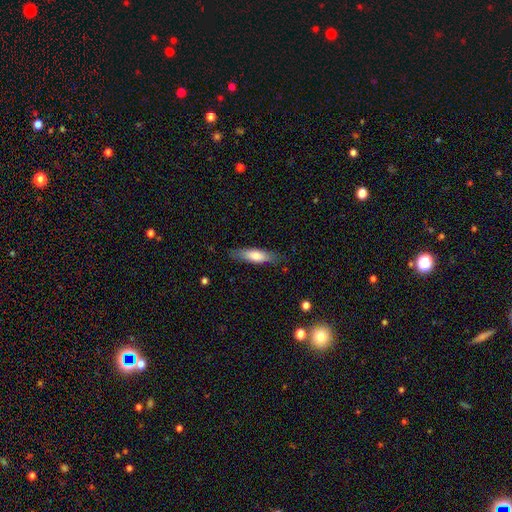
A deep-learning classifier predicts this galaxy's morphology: smooth 69%, featured or disk 25%, star or artifact 6%. Down the decision tree: how rounded — cigar-shaped (58%); merging — none (81%).